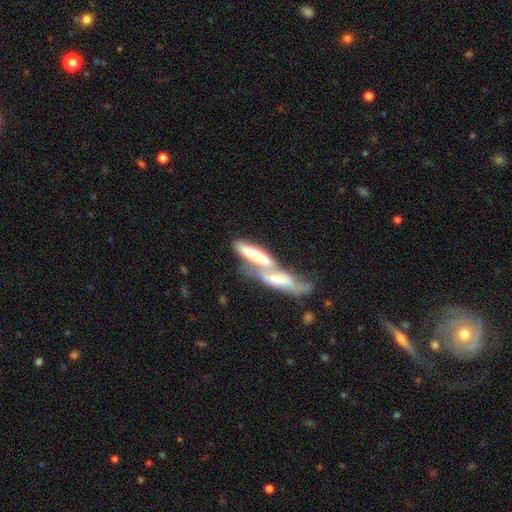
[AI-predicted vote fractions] Smooth or featured? featured or disk (46%, tied with smooth)
Merging? merger (70%)